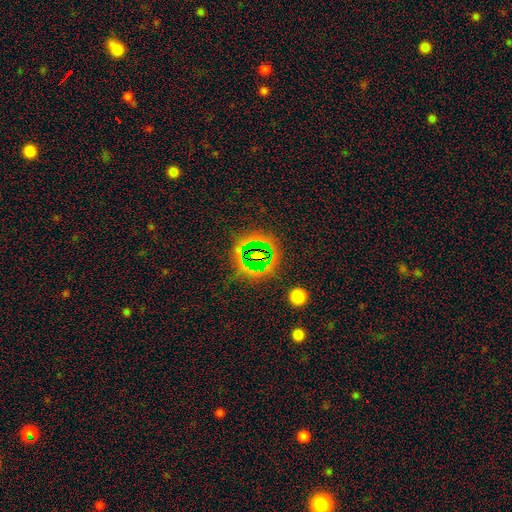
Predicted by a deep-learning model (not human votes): A star or artifact, not a galaxy (73%).

Vote fractions:
- Smooth or featured? star or artifact: 73% / smooth: 16% / featured or disk: 10%